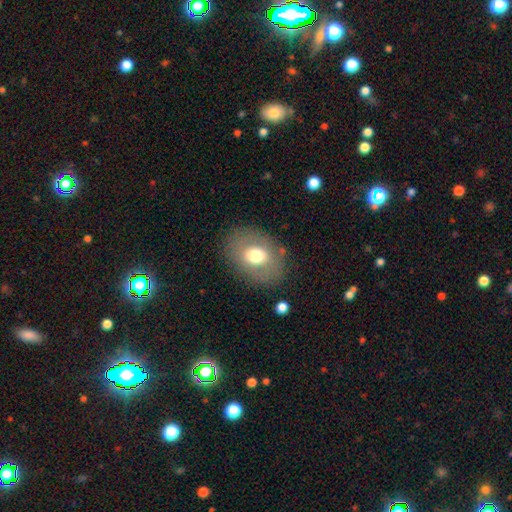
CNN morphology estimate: This is likely a smooth galaxy (65%). How rounded: likely in between (69%). Merging: clearly none (80%).